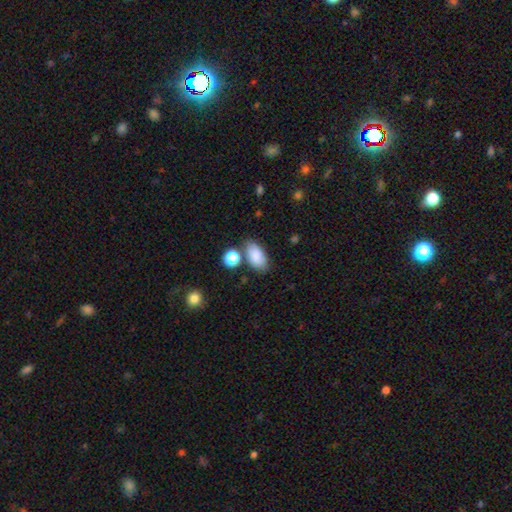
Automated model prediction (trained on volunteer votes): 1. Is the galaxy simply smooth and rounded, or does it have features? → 85% smooth, 8% star or artifact, 7% featured or disk.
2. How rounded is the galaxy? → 92% in between, 5% round, 2% cigar-shaped.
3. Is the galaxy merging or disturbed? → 70% none, 14% minor disturbance, 12% merger, 4% major disturbance.